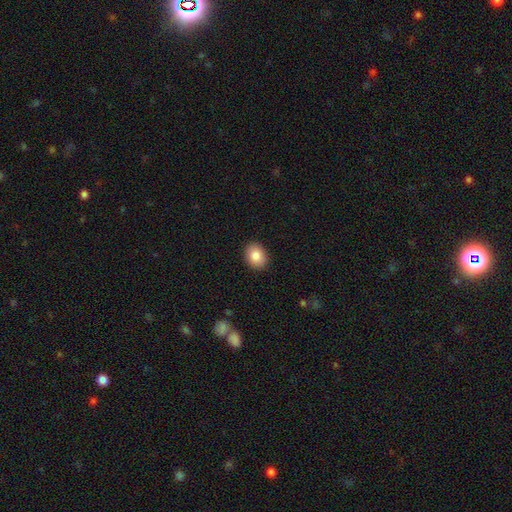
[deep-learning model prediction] The model was most divided on "how rounded": in between: 54%, round: 45%, cigar-shaped: 1%. More confident: merging — none (90%); smooth or featured — smooth (86%).